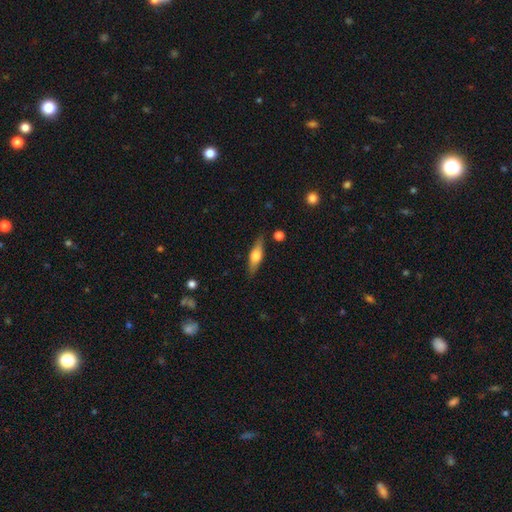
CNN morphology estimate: featured or disk 51%, smooth 43%, star or artifact 6%. Down the decision tree: edge-on disk — yes (92%); merging — none (85%).